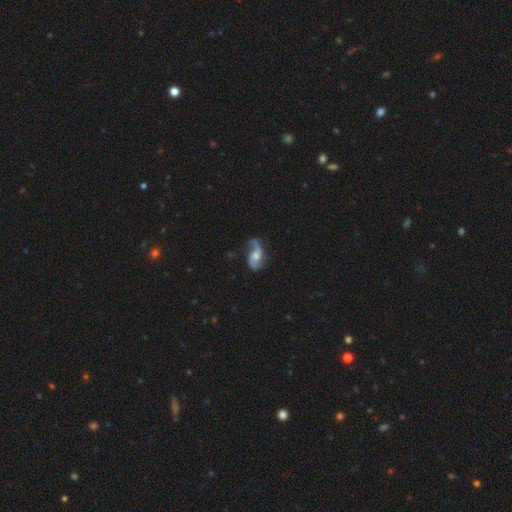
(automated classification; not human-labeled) smooth_or_featured: featured or disk (p=0.78) [alt: smooth p=0.16]
disk_edge_on: no (p=0.96) [alt: yes p=0.04]
bar: no (p=0.60) [alt: weak p=0.33]
has_spiral_arms: yes (p=0.94) [alt: no p=0.06]
spiral_winding: loose (p=0.68) [alt: medium p=0.25]
spiral_arm_count: 2 (p=0.83) [alt: 1 p=0.10]
bulge_size: moderate (p=0.53) [alt: small p=0.29]
merging: none (p=0.57) [alt: minor disturbance p=0.23]